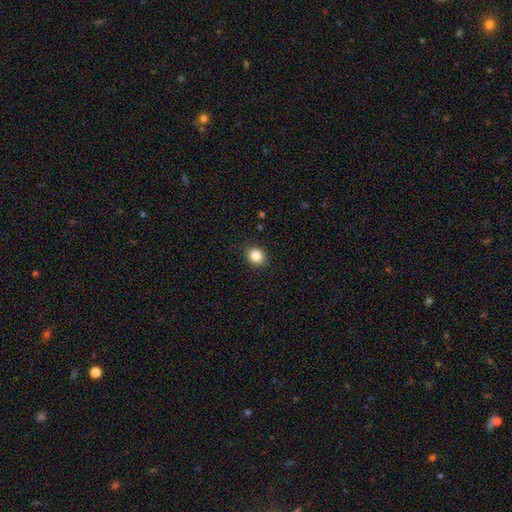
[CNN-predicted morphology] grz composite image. It shows a smooth galaxy with no disk features (85%) that is round (69%). Merging: none (91%).